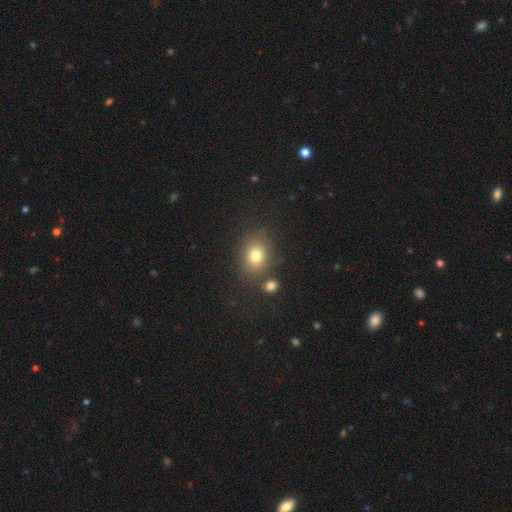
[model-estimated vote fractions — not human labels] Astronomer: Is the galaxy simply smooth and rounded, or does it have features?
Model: smooth — 78%.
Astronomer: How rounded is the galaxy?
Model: in between — 55% (runner-up: round, 44%).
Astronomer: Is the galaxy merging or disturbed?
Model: none — 75%.